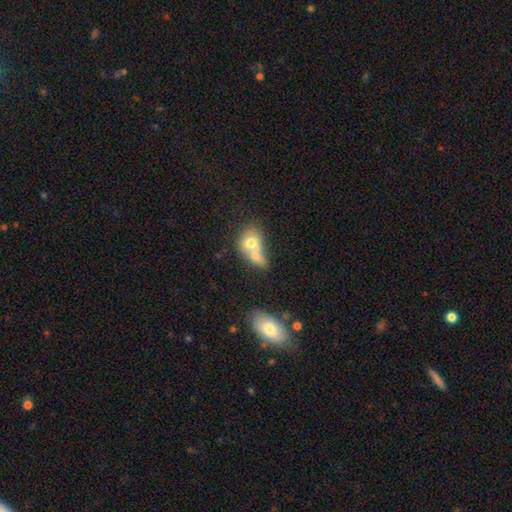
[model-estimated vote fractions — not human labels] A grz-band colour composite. It shows a smooth galaxy with no disk features (66%) that is in between round and cigar-shaped (60%). Merging: merger (72%).